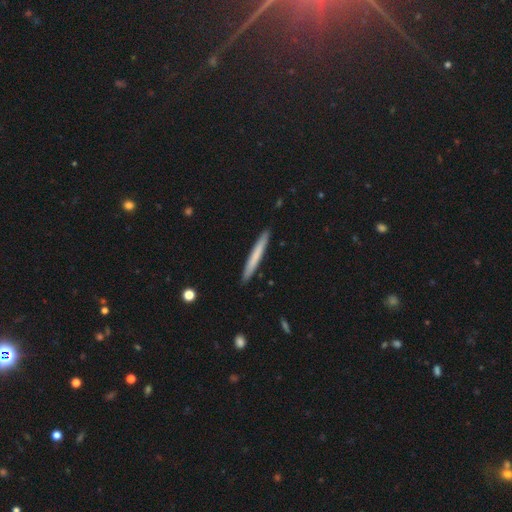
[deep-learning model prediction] Smooth or featured? Predicted: smooth (p=0.66). How rounded? Predicted: cigar-shaped (p=0.97). Merging? Predicted: none (p=0.92).